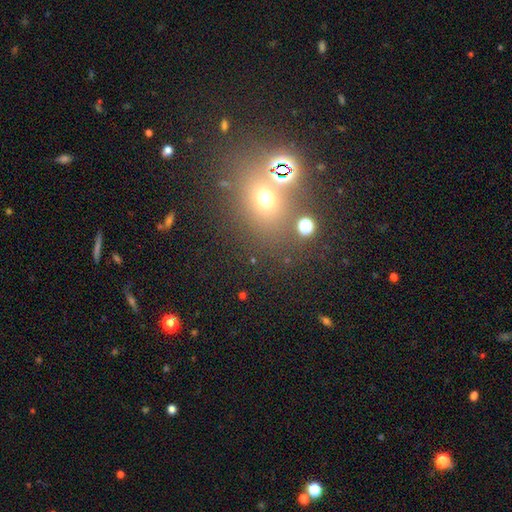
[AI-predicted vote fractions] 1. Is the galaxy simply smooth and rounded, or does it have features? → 46% star or artifact, 41% smooth, 13% featured or disk.